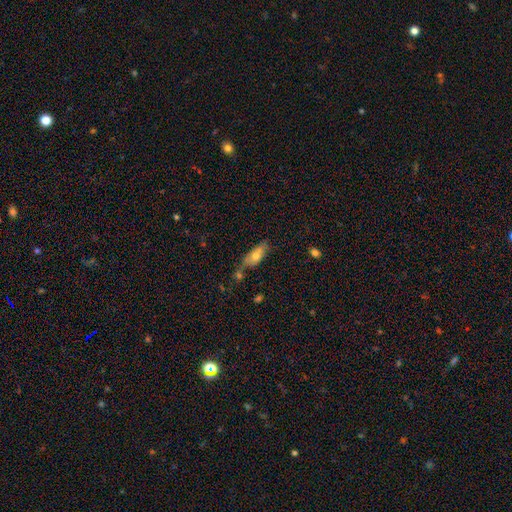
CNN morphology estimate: Smooth or featured?
  - smooth: 66% *
  - featured or disk: 27%
  - star or artifact: 7%
How rounded?
  - in between: 74% *
  - cigar-shaped: 23%
  - round: 3%
Merging?
  - none: 50% *
  - minor disturbance: 24%
  - merger: 18%
  - major disturbance: 7%